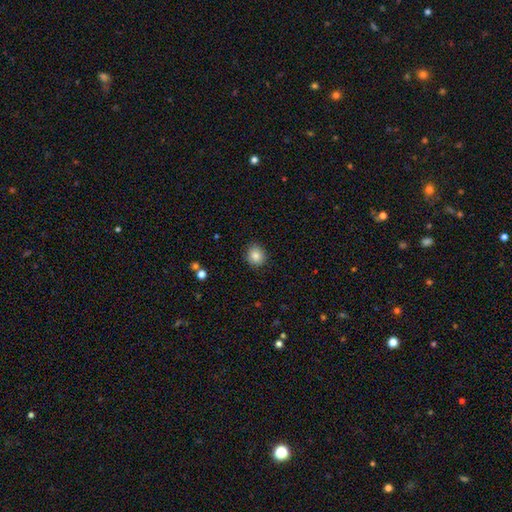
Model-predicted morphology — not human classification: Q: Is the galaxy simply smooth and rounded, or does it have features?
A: smooth — 85%.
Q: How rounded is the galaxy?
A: round — 84%.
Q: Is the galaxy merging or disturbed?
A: none — 89%.